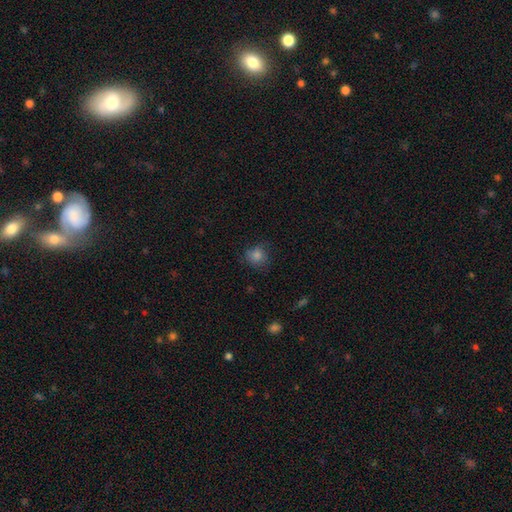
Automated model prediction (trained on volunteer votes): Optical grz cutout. It shows a smooth galaxy with no disk features (79%) that is round (81%). Merging: none (71%).